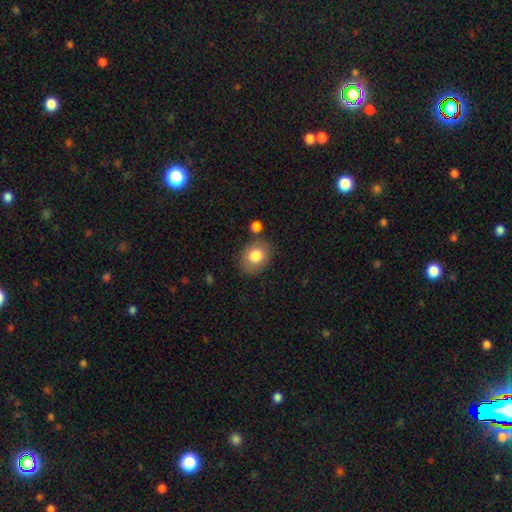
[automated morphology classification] Smooth or featured?
  - smooth: 82% *
  - featured or disk: 10%
  - star or artifact: 8%
How rounded?
  - round: 54% *
  - in between: 45%
  - cigar-shaped: 1%
Merging?
  - none: 76% *
  - minor disturbance: 14%
  - merger: 6%
  - major disturbance: 4%